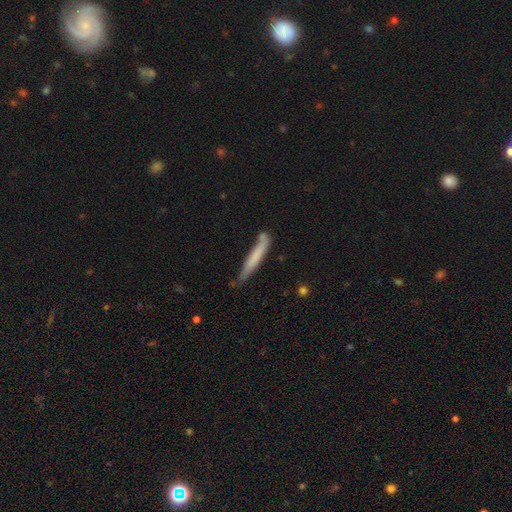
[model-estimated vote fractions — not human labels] Q: Smooth or featured?
A: smooth (68%); runner-up: featured or disk (25%)
Q: How rounded?
A: cigar-shaped (94%); runner-up: in between (5%)
Q: Merging?
A: none (59%); runner-up: minor disturbance (27%)